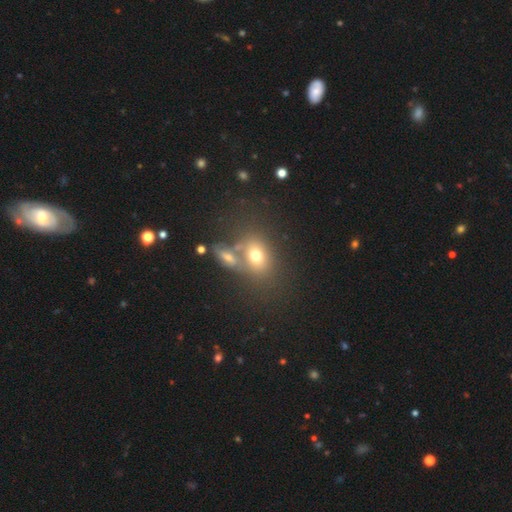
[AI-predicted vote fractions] smooth 69%, featured or disk 17%, star or artifact 14%. Down the decision tree: how rounded — in between (63%); merging — none (50%).